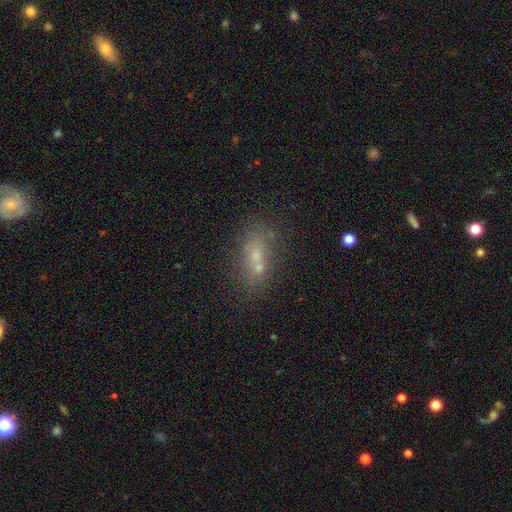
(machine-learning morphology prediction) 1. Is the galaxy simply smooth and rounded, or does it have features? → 53% smooth, 26% featured or disk, 21% star or artifact.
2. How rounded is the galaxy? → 67% in between, 17% cigar-shaped, 16% round.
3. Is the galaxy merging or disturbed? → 47% none, 33% merger, 13% minor disturbance, 8% major disturbance.